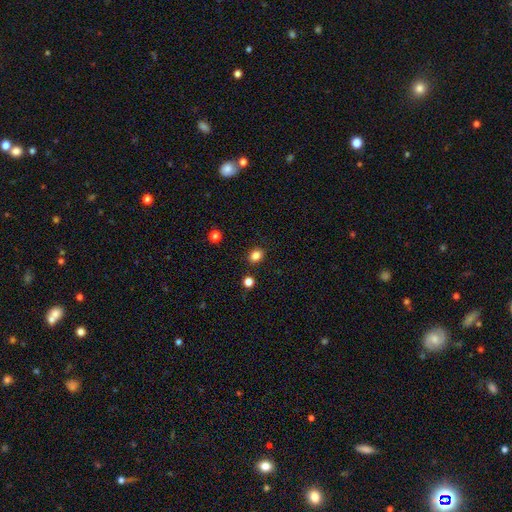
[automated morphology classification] type=smooth (84%); roundness=in between (51%); merging=none (87%).